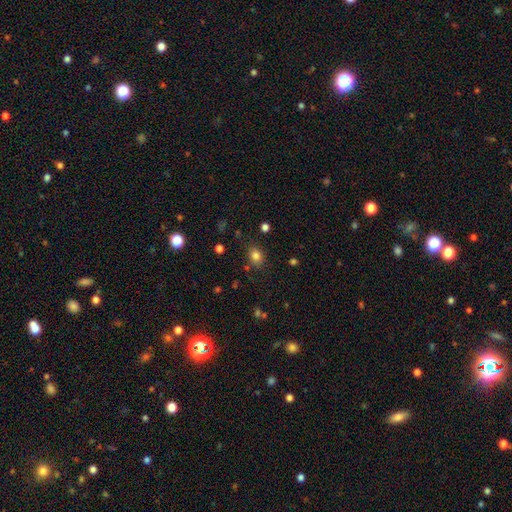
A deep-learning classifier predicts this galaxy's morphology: Smooth or featured: smooth — 81% (star or artifact — 13%)
How rounded: in between — 51% (round — 47%)
Merging: none — 79% (minor disturbance — 13%)